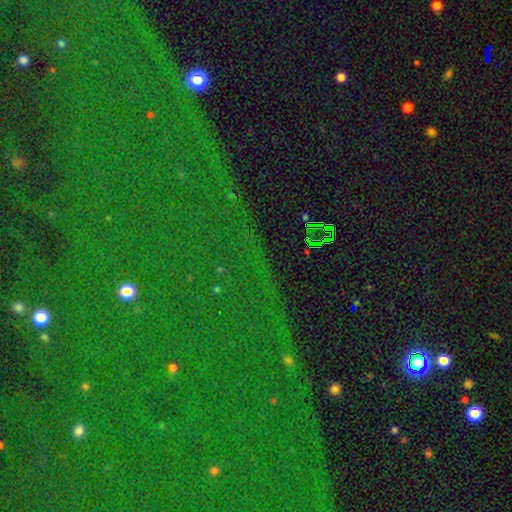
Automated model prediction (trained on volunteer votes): Smooth or featured?
  - star or artifact: 86% *
  - smooth: 7%
  - featured or disk: 7%